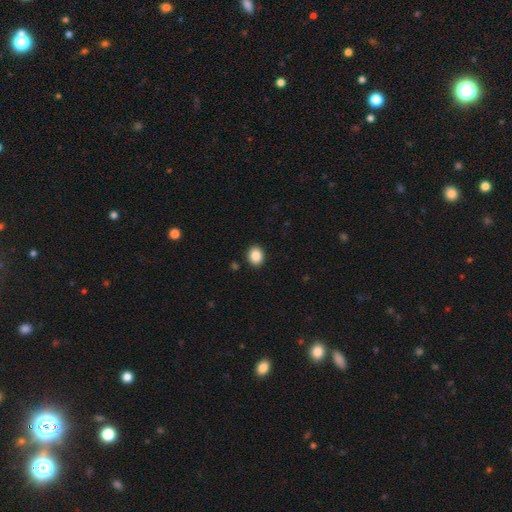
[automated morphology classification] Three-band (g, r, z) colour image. It shows a smooth galaxy with no disk features (87%) that is round (55%). Merging: none (91%).